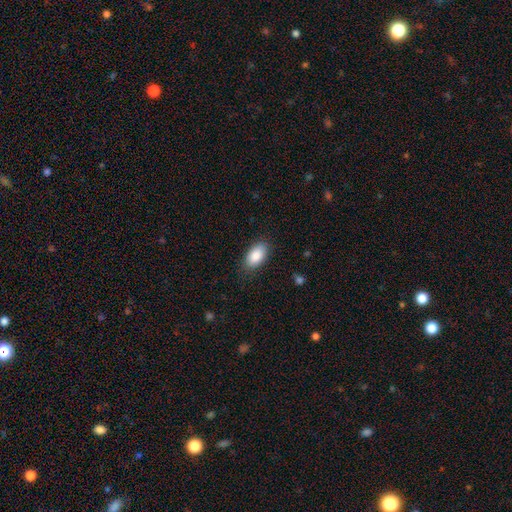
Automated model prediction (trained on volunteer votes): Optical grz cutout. It shows a smooth galaxy with no disk features (87%) that is in between round and cigar-shaped (94%). Merging: none (83%).